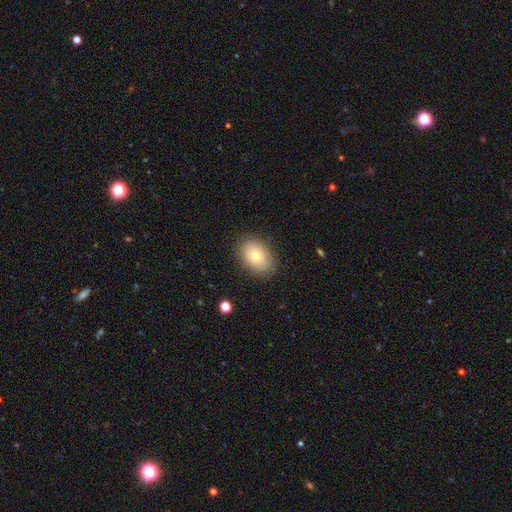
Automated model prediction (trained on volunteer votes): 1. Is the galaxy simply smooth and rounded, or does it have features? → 74% smooth, 16% featured or disk, 9% star or artifact.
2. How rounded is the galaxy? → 76% in between, 22% round, 1% cigar-shaped.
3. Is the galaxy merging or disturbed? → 87% none, 10% minor disturbance, 3% major disturbance, 1% merger.